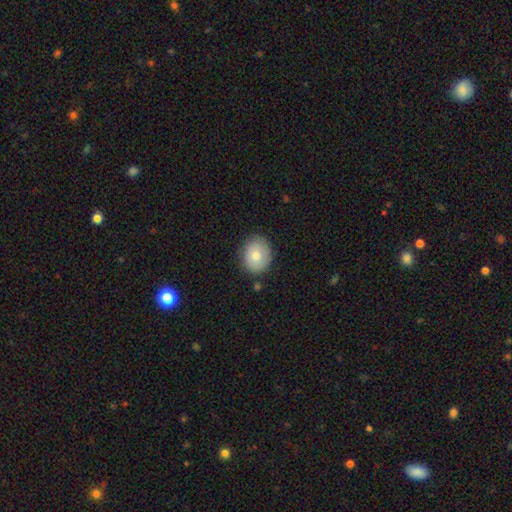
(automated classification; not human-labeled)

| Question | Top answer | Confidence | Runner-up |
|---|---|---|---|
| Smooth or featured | smooth | 79% | featured or disk (14%) |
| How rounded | round | 55% | in between (44%) |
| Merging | none | 80% | minor disturbance (15%) |